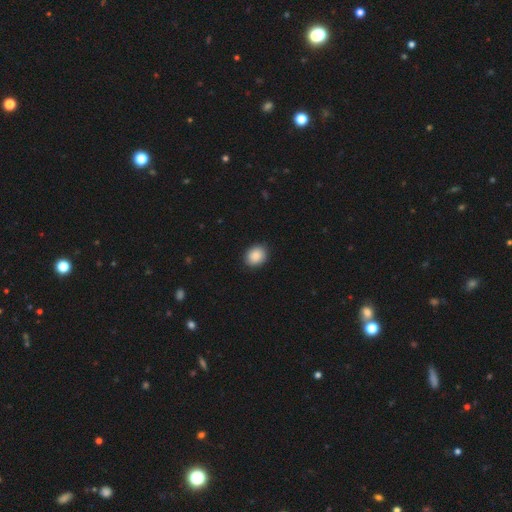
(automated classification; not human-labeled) A smooth galaxy with no disk features (89%) that is round (52%). Merging: none (88%).